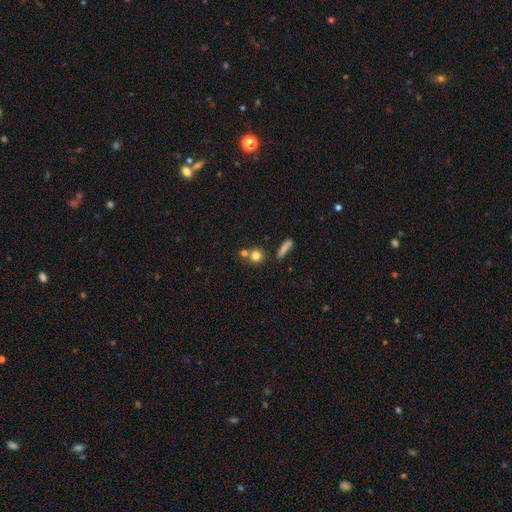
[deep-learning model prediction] Smooth or featured? Predicted: smooth (p=0.76). How rounded? Predicted: round (p=0.86). Merging? Predicted: none (p=0.57).